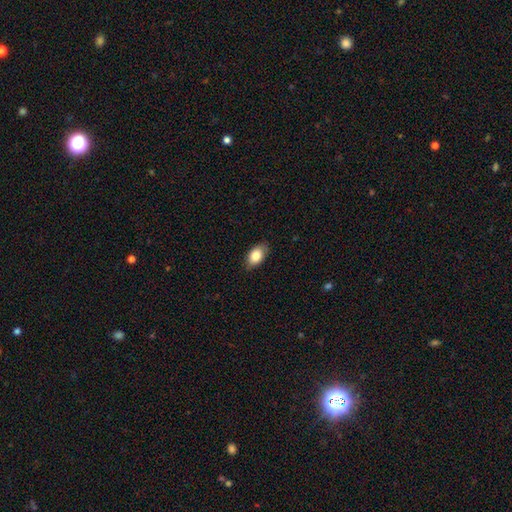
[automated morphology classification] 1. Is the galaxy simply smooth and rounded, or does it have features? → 84% smooth, 10% featured or disk, 7% star or artifact.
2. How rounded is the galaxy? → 92% in between, 6% round, 2% cigar-shaped.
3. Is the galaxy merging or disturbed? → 84% none, 13% minor disturbance, 2% major disturbance, 1% merger.